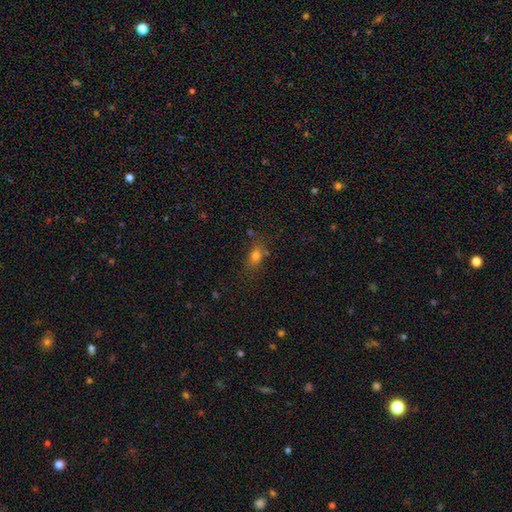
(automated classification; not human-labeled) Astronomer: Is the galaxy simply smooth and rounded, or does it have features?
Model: smooth — 75%.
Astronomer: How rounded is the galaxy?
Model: in between — 72%.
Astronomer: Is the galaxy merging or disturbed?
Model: none — 71%.